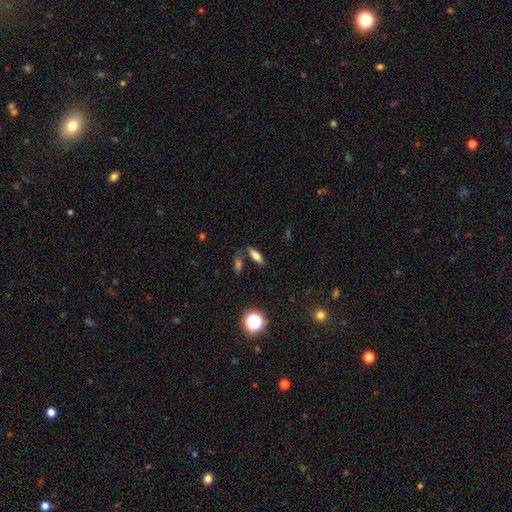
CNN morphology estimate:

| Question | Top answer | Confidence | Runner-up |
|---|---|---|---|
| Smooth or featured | smooth | 74% | featured or disk (14%) |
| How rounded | in between | 62% | cigar-shaped (34%) |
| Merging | none | 70% | merger (14%) |